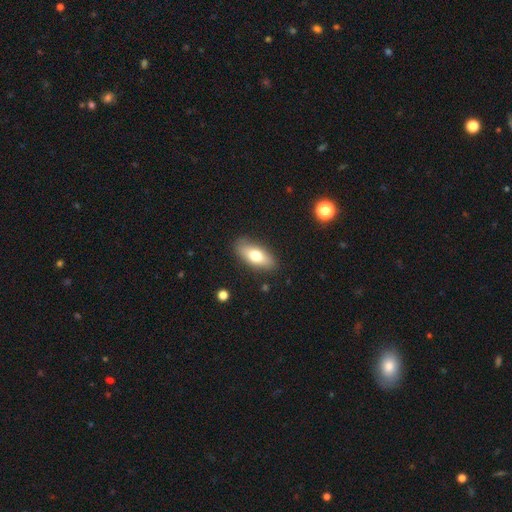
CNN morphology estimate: Smooth or featured: smooth — 71% (featured or disk — 22%)
How rounded: in between — 81% (cigar-shaped — 15%)
Merging: none — 85% (minor disturbance — 11%)